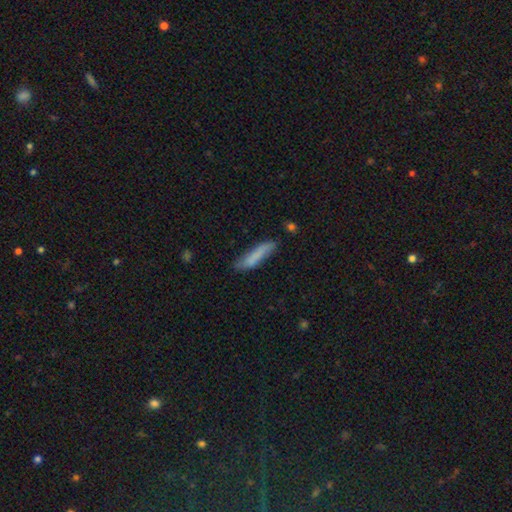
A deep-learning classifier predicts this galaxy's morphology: Overall: smooth (77%). How rounded: cigar-shaped (85%). Merging: none (70%).